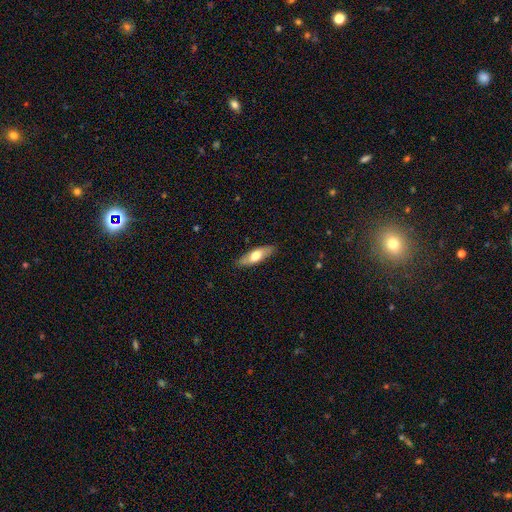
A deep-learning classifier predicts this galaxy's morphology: A smooth galaxy with no disk features (61%) that is in between round and cigar-shaped (52%). Merging: none (85%).